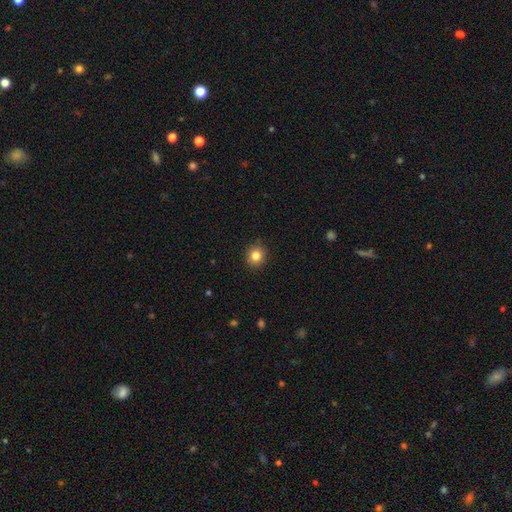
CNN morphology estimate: smooth-or-featured: smooth: 83% | star or artifact: 11% | featured or disk: 6%
  how-rounded: round: 87% | in between: 12% | cigar-shaped: 1%
  merging: none: 91% | minor disturbance: 6% | major disturbance: 2% | merger: 1%